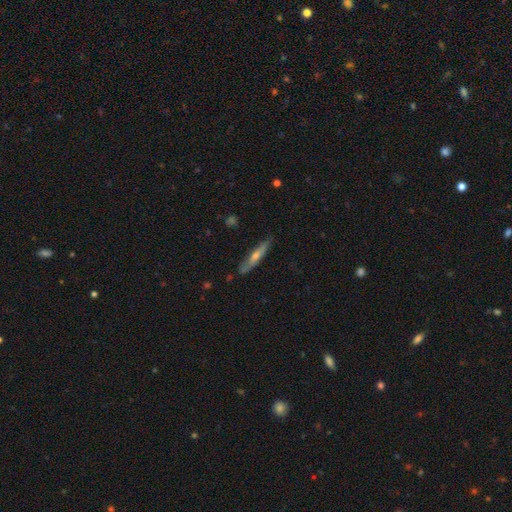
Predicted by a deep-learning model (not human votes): A featured or disk galaxy (54%) viewed edge-on (83%). Merging: none (82%).